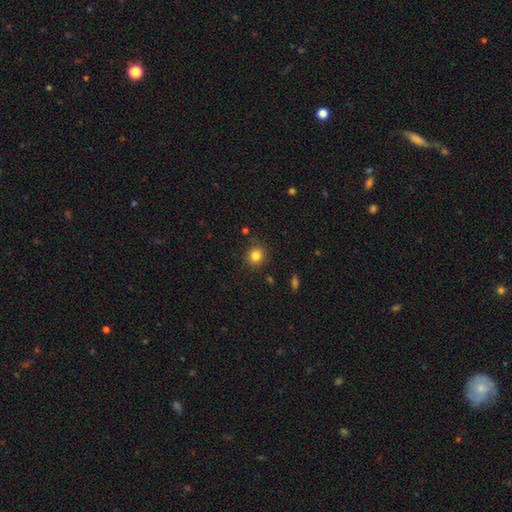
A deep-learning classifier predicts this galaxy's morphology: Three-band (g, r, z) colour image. It shows a smooth galaxy with no disk features (83%) that is round (86%). Merging: none (87%).